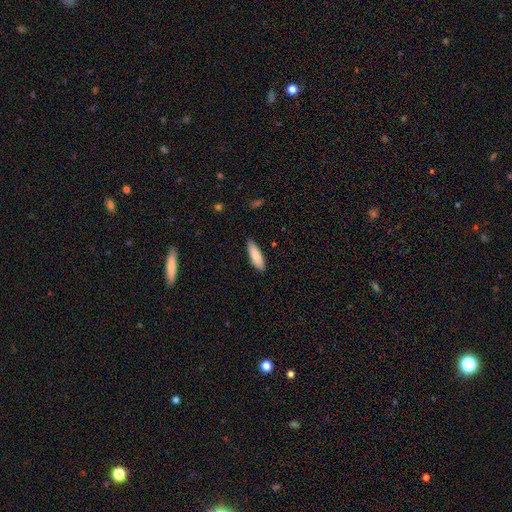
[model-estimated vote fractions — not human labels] A smooth galaxy with no disk features (83%) that is cigar-shaped (50%). Merging: none (88%).